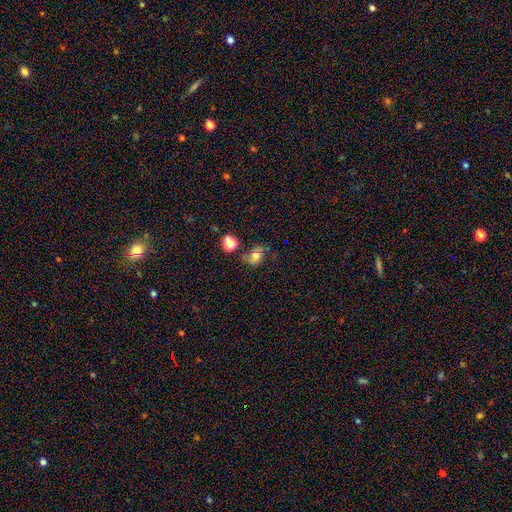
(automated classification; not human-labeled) A smooth galaxy with no disk features (60%) that is in between round and cigar-shaped (56%). Merging: none (59%).